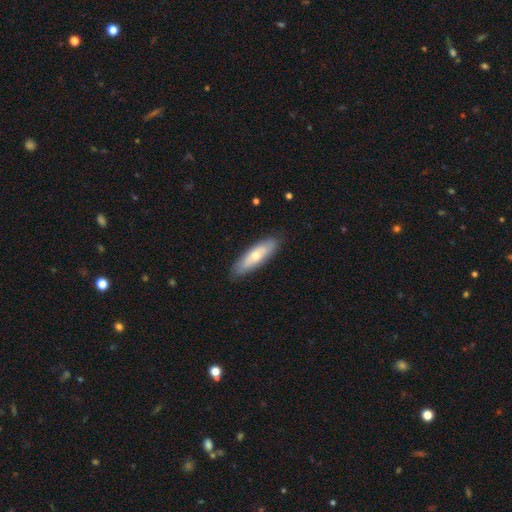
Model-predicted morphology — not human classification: smooth 59%, featured or disk 36%, star or artifact 5%. Down the decision tree: how rounded — cigar-shaped (52%); merging — none (86%).